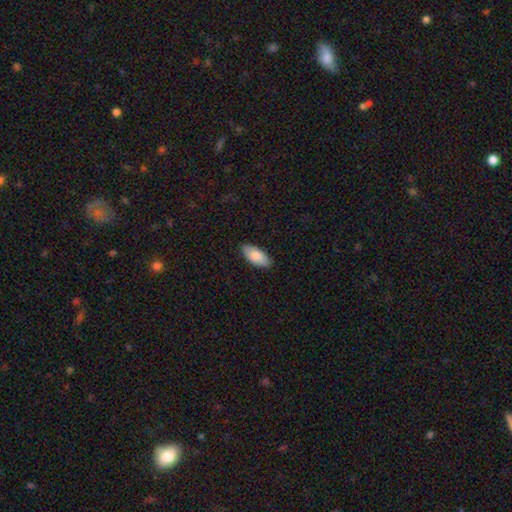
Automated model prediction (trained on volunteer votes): smooth-or-featured: smooth: 82% | featured or disk: 12% | star or artifact: 6%
  how-rounded: in between: 91% | cigar-shaped: 7% | round: 2%
  merging: none: 88% | minor disturbance: 9% | major disturbance: 2% | merger: 1%